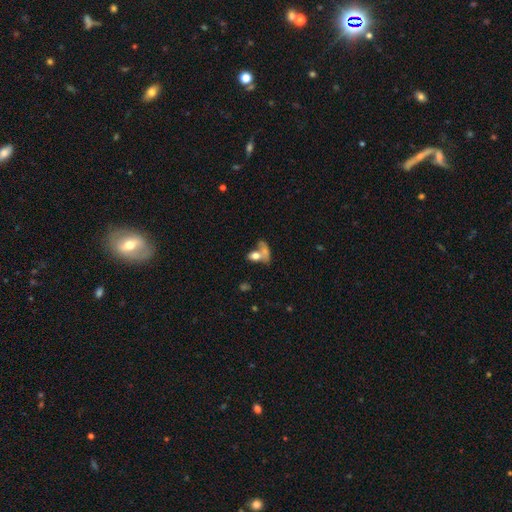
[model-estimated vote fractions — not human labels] Morphology: type=smooth (71%); roundness=in between (69%); merging=merger (53%).